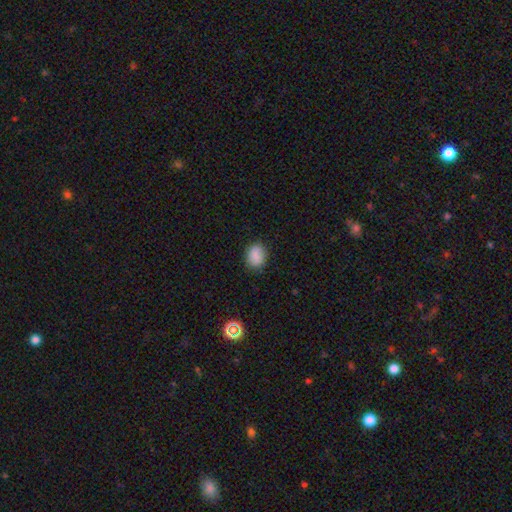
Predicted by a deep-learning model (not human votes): smooth 86%, star or artifact 9%, featured or disk 5%. Down the decision tree: how rounded — in between (58%); merging — none (83%).